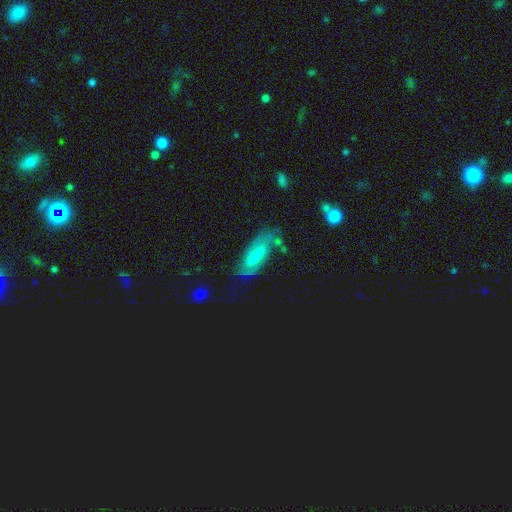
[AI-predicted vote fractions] smooth-or-featured: featured or disk: 55% | smooth: 23% | star or artifact: 22%
  disk-edge-on: no: 85% | yes: 15%
  merging: none: 69% | minor disturbance: 20% | major disturbance: 8% | merger: 3%